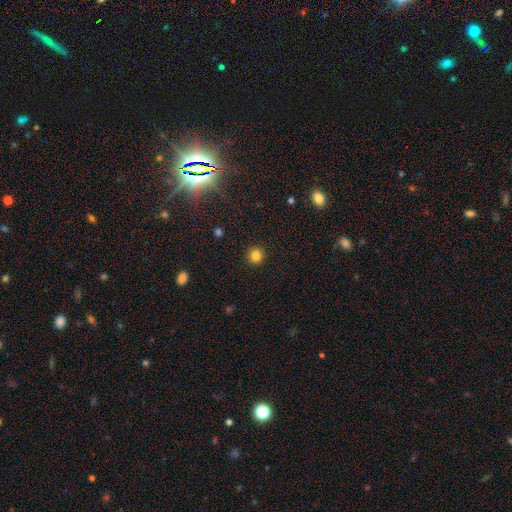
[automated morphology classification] Smooth or featured?
  - smooth: 83% *
  - star or artifact: 12%
  - featured or disk: 5%
How rounded?
  - round: 94% *
  - in between: 5%
  - cigar-shaped: 1%
Merging?
  - none: 92% *
  - minor disturbance: 5%
  - major disturbance: 2%
  - merger: 1%